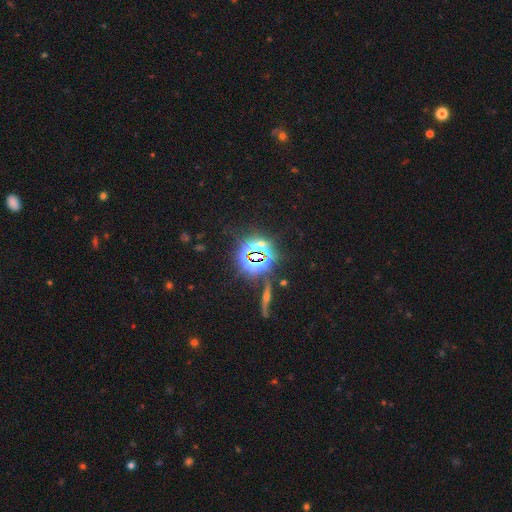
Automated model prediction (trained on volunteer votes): Smooth or featured? star or artifact (73%)